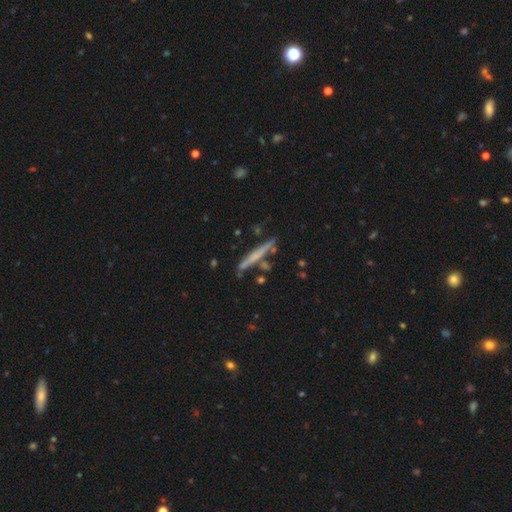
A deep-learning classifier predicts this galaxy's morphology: smooth-or-featured: featured or disk: 49% | smooth: 43% | star or artifact: 7%
  merging: none: 79% | minor disturbance: 12% | merger: 6% | major disturbance: 3%